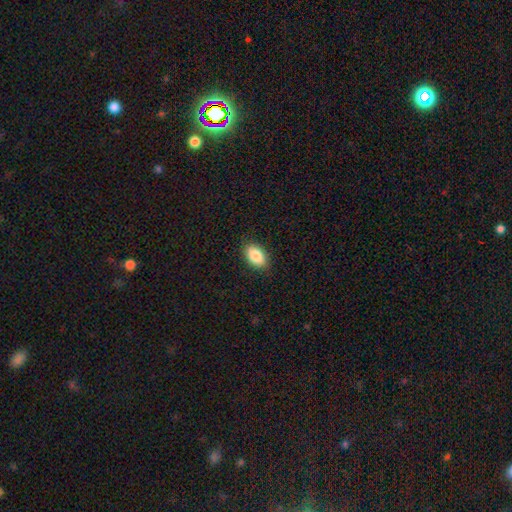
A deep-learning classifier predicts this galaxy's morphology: A smooth galaxy with no disk features (86%) that is in between round and cigar-shaped (91%). Merging: none (87%).